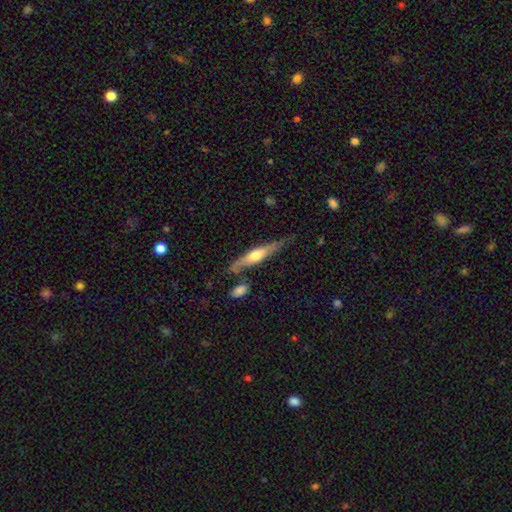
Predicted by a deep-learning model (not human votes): Smooth or featured? featured or disk (60%)
Edge-on disk? yes (91%)
Edge-on bulge? rounded (85%)
Merging? none (68%)